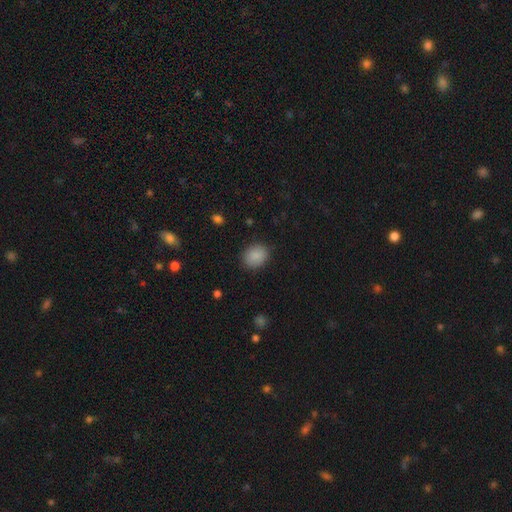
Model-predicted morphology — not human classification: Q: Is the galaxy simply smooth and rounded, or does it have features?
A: smooth — 88%.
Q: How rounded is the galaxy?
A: round — 58%.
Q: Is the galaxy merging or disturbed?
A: none — 87%.